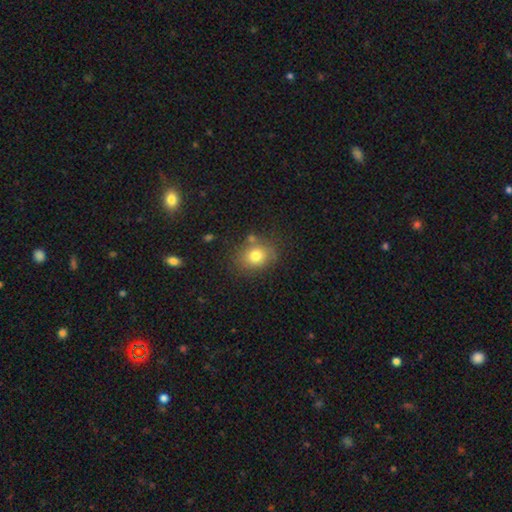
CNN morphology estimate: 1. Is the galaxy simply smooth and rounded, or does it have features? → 77% smooth, 12% featured or disk, 11% star or artifact.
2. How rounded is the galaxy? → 55% round, 44% in between, 1% cigar-shaped.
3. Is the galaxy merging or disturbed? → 72% none, 16% minor disturbance, 7% merger, 5% major disturbance.